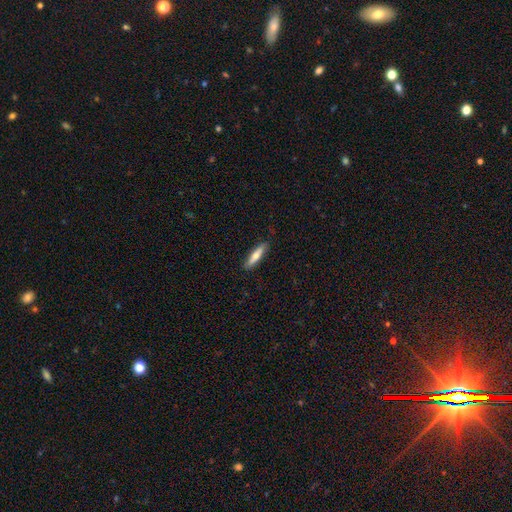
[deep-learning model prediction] The model was most divided on "smooth or featured": smooth: 65%, featured or disk: 30%, star or artifact: 6%. More confident: merging — none (87%); how rounded — cigar-shaped (78%).